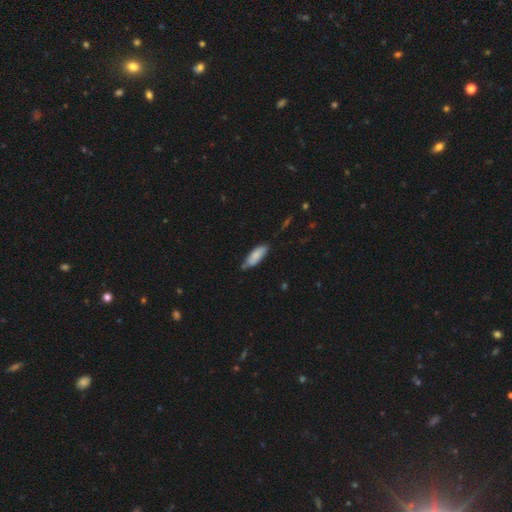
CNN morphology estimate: smooth_or_featured: smooth (p=0.82) [alt: featured or disk p=0.12]
how_rounded: in between (p=0.63) [alt: cigar-shaped p=0.36]
merging: none (p=0.62) [alt: minor disturbance p=0.31]